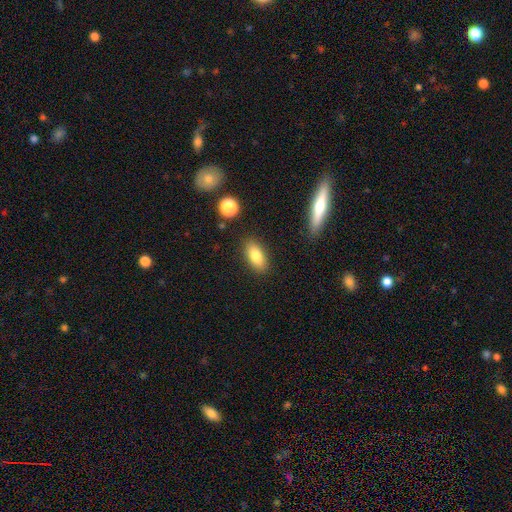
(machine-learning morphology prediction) A smooth galaxy with no disk features (80%) that is in between round and cigar-shaped (85%). Merging: none (85%).